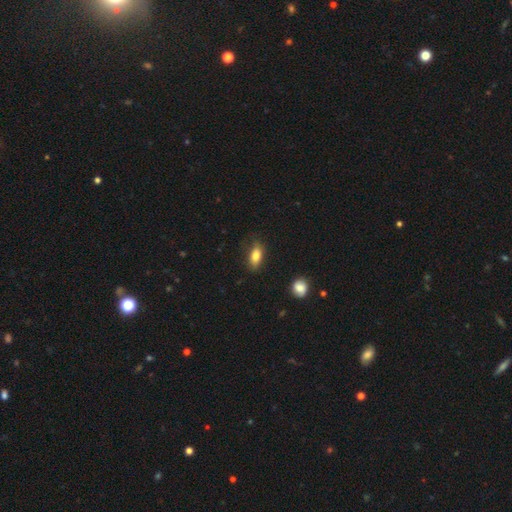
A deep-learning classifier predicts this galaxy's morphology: smooth-or-featured: smooth: 83% | featured or disk: 9% | star or artifact: 8%
  how-rounded: in between: 85% | cigar-shaped: 10% | round: 5%
  merging: none: 77% | minor disturbance: 17% | major disturbance: 4% | merger: 2%